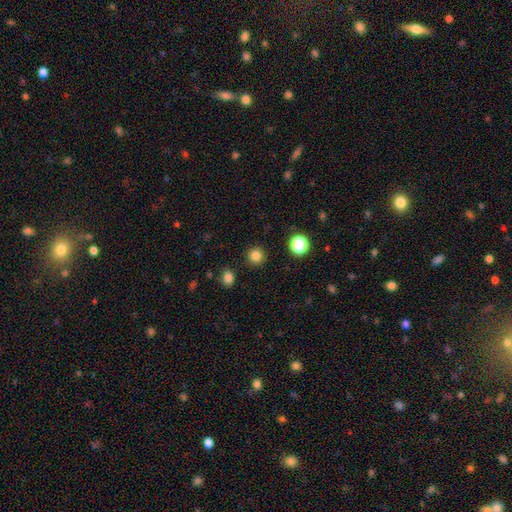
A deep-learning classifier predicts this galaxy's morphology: Smooth or featured: smooth — 82% (star or artifact — 13%)
How rounded: round — 94% (in between — 5%)
Merging: none — 91% (minor disturbance — 5%)